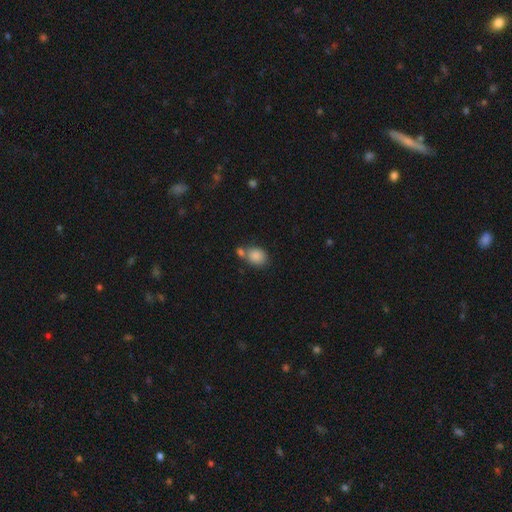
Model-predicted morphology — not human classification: The model was most divided on "how rounded": round: 51%, in between: 48%, cigar-shaped: 1%. More confident: smooth or featured — smooth (86%); merging — none (50%).